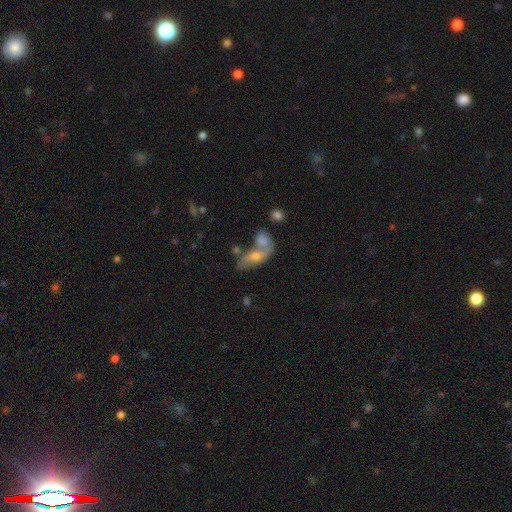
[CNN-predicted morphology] Q: Smooth or featured?
A: featured or disk (46%); runner-up: smooth (43%)
Q: Merging?
A: merger (45%); runner-up: none (31%)